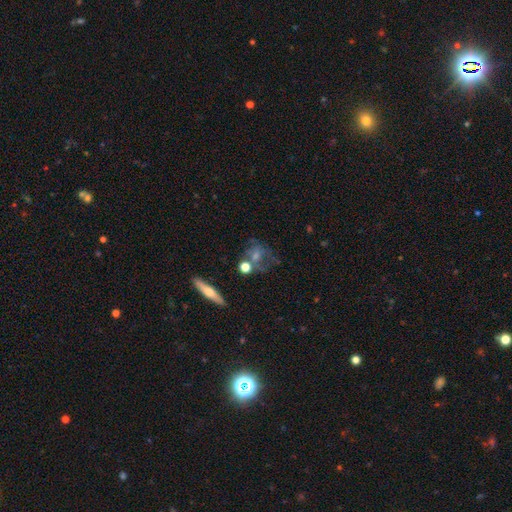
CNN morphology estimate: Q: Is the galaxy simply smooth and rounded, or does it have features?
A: featured or disk — 52%.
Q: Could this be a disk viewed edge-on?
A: no — 72%.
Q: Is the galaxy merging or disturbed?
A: none — 57%.